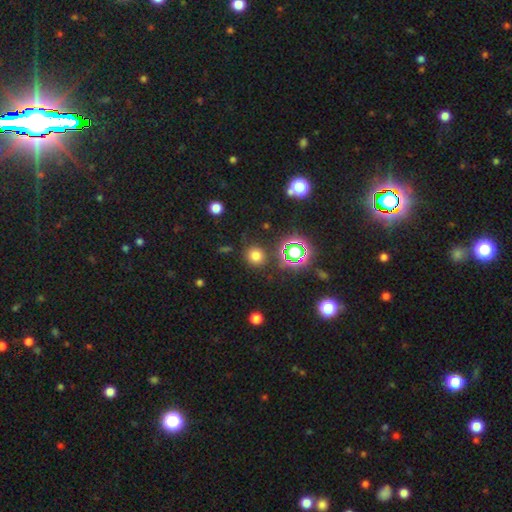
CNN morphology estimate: The model was most divided on "smooth or featured": smooth: 71%, star or artifact: 23%, featured or disk: 6%. More confident: how rounded — round (88%); merging — none (85%).